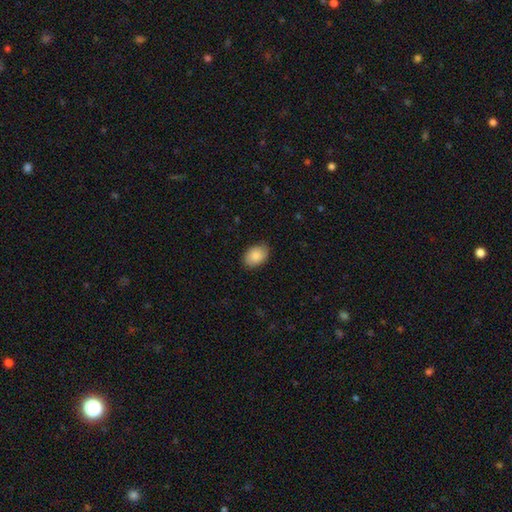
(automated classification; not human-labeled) smooth 88%, star or artifact 7%, featured or disk 6%. Down the decision tree: how rounded — in between (83%); merging — none (86%).